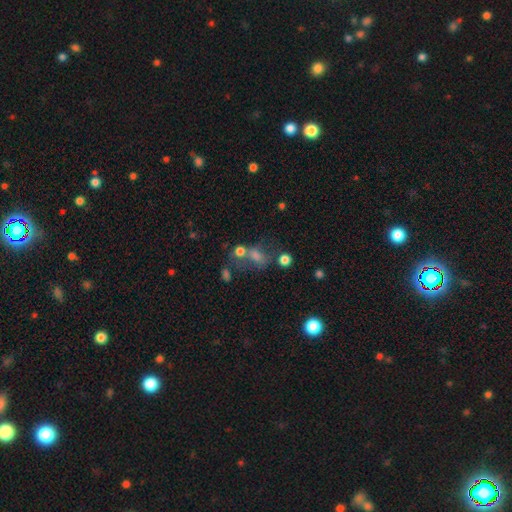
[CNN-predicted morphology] A smooth galaxy with no disk features (39%). Merging: none (42%).